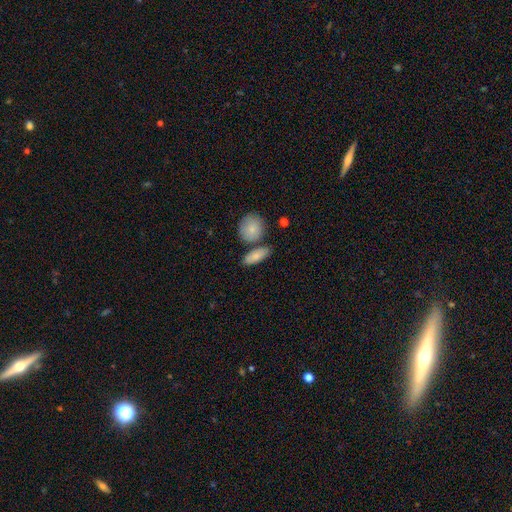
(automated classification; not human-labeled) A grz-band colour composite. It shows a smooth galaxy with no disk features (82%) that is in between round and cigar-shaped (70%). Merging: none (66%).